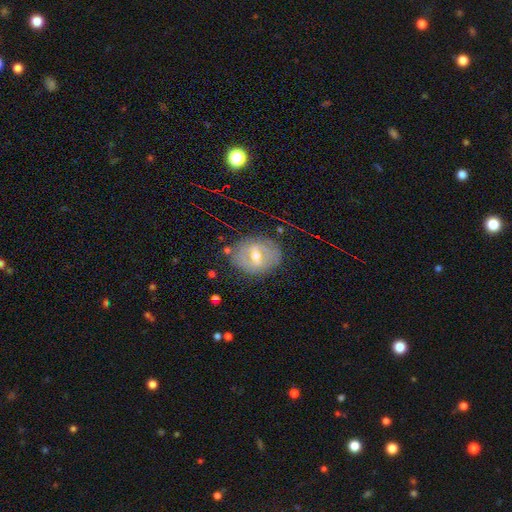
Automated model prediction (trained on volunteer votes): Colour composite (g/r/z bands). It shows a featured or disk galaxy (64%) with a weak bar (48%), no spiral arms (55%) and a moderate central bulge (69%). Merging: none (73%).